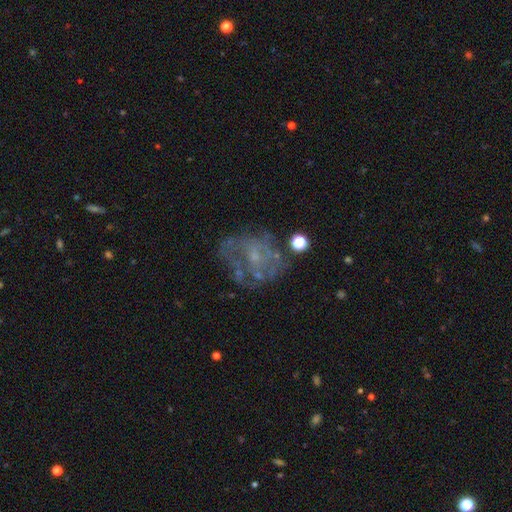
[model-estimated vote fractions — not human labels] Smooth or featured: featured or disk — 64% (smooth — 20%)
Edge-on disk: no — 98% (yes — 2%)
Bar: no — 77% (weak — 19%)
Spiral arms: no — 63% (yes — 37%)
Bulge size: small — 52% (none — 30%)
Merging: none — 50% (major disturbance — 25%)